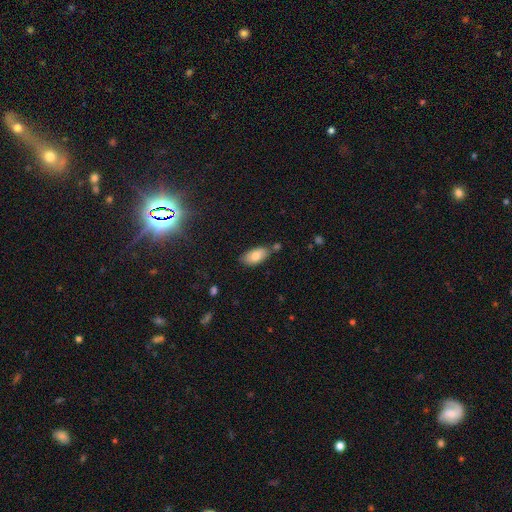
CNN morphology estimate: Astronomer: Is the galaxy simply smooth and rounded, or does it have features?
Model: smooth — 81%.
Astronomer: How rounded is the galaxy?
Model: in between — 93%.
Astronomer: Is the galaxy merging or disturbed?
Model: none — 68%.